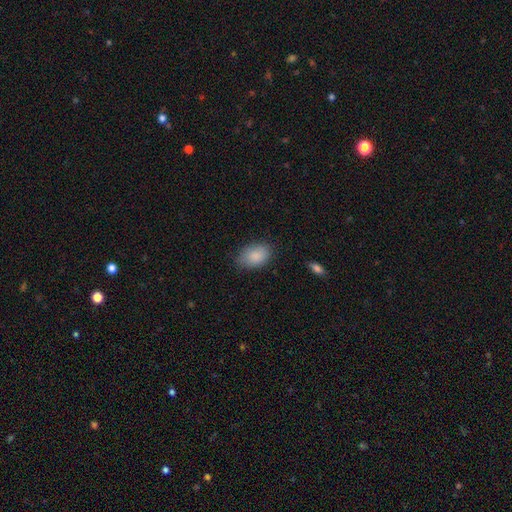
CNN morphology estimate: Smooth or featured: smooth — 88% (star or artifact — 7%)
How rounded: in between — 88% (round — 11%)
Merging: none — 75% (minor disturbance — 20%)